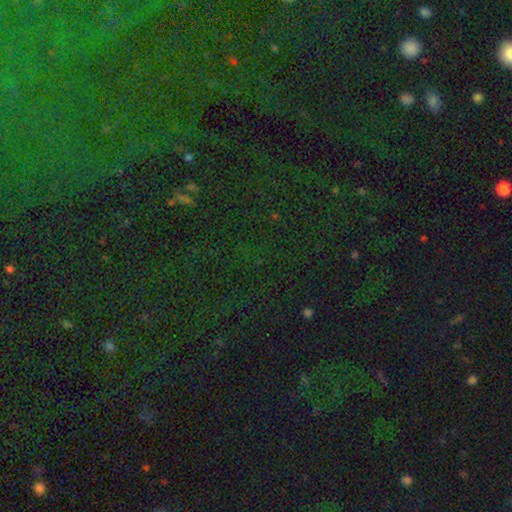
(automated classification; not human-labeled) The model was most divided on "smooth or featured": star or artifact: 82%, smooth: 11%, featured or disk: 7%.